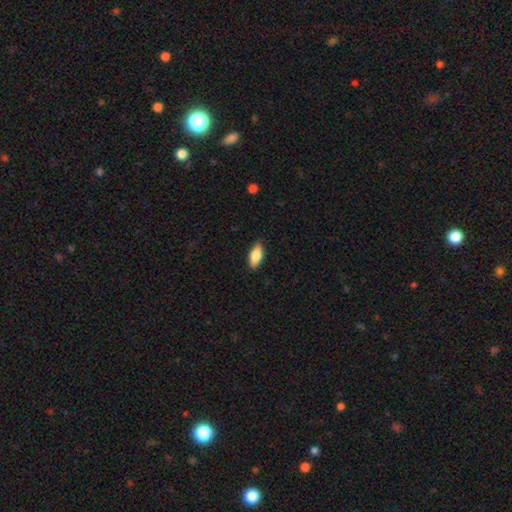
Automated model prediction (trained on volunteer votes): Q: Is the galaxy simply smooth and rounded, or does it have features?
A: smooth — 81%.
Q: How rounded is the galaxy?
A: in between — 85%.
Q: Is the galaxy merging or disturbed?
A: none — 89%.